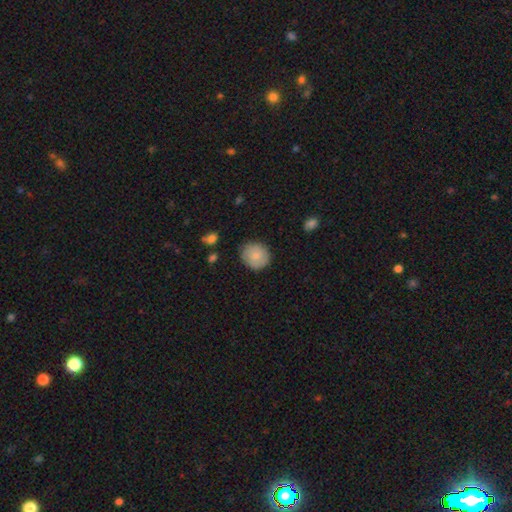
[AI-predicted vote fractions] smooth-or-featured: smooth: 80% | featured or disk: 12% | star or artifact: 7%
  how-rounded: round: 85% | in between: 14% | cigar-shaped: 1%
  merging: none: 83% | minor disturbance: 13% | major disturbance: 3% | merger: 1%